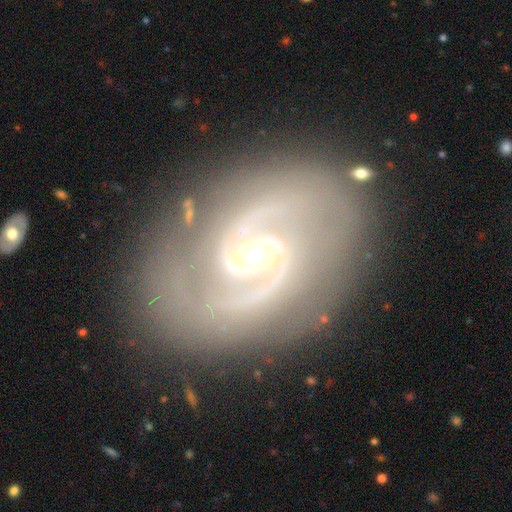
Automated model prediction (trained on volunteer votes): Smooth or featured: featured or disk — 92% (star or artifact — 5%)
Edge-on disk: no — 98% (yes — 2%)
Bar: no — 49% (weak — 38%)
Spiral arms: yes — 98% (no — 2%)
Spiral winding: medium — 54% (tight — 37%)
Spiral arm count: 2 — 91% (3 — 3%)
Bulge size: small — 49% (moderate — 47%)
Merging: none — 83% (minor disturbance — 11%)